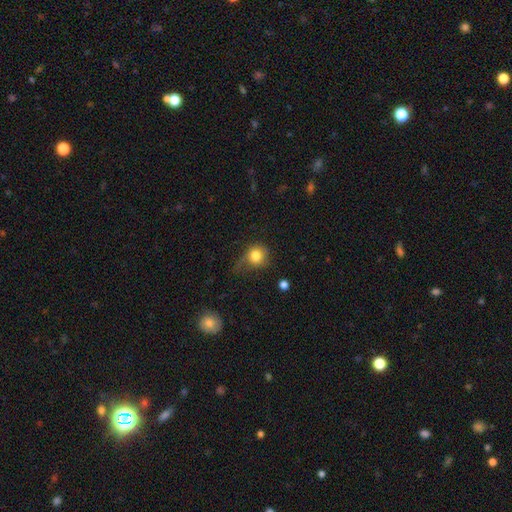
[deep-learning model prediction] A smooth galaxy with no disk features (80%) that is round (83%).

Vote fractions:
- Smooth or featured? smooth: 80% / star or artifact: 10% / featured or disk: 10%
- How rounded? round: 83% / in between: 16% / cigar-shaped: 1%
- Merging? none: 43% / minor disturbance: 32% / major disturbance: 22% / merger: 3%